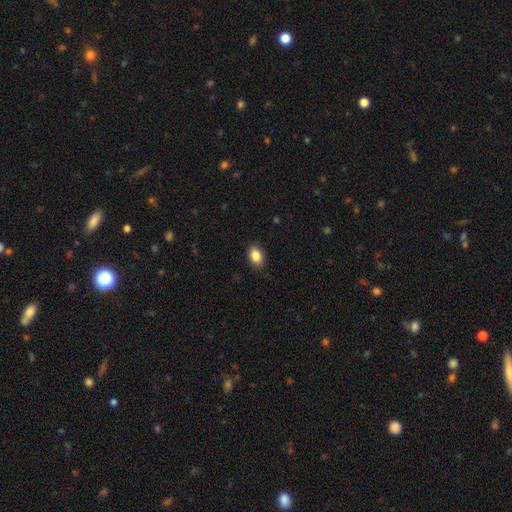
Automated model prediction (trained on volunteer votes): A smooth galaxy with no disk features (87%) that is in between round and cigar-shaped (83%). Merging: none (88%).